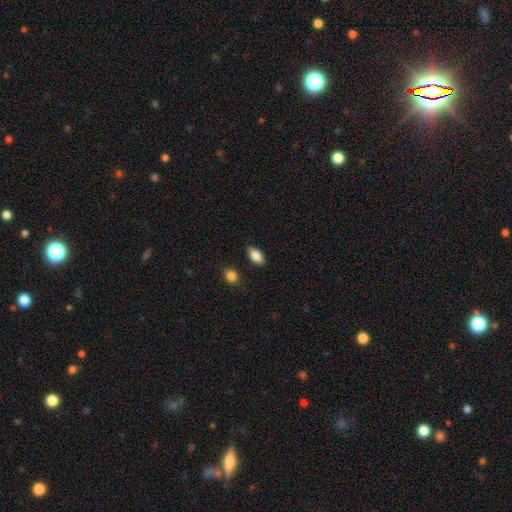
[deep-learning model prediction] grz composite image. It shows a smooth galaxy with no disk features (84%) that is in between round and cigar-shaped (90%). Merging: none (85%).